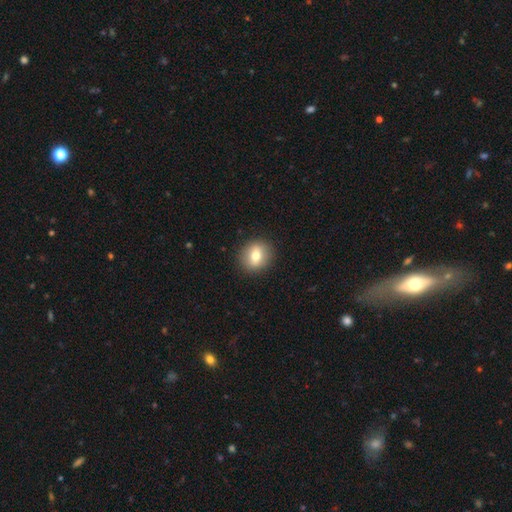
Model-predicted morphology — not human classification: The model was most divided on "how rounded": round: 74%, in between: 25%, cigar-shaped: 1%. More confident: merging — none (90%); smooth or featured — smooth (71%).